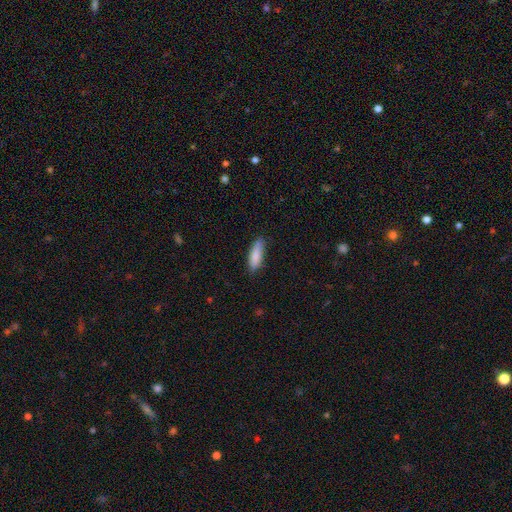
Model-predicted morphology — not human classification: This is clearly a smooth galaxy (85%). How rounded: possibly cigar-shaped (50%). Merging: clearly none (83%).